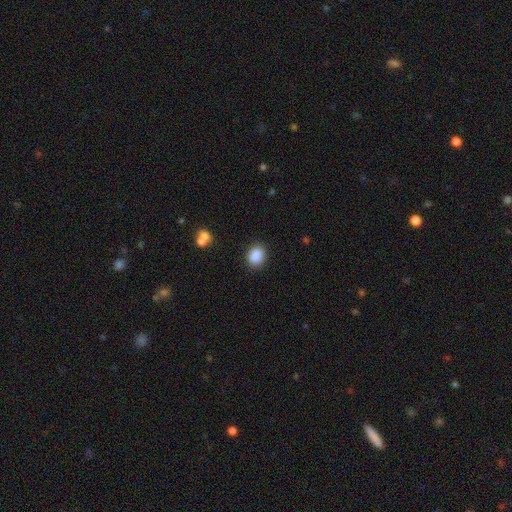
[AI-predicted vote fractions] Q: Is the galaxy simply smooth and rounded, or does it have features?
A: smooth — 88%.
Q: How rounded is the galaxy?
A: round — 51%.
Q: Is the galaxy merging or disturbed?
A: none — 85%.